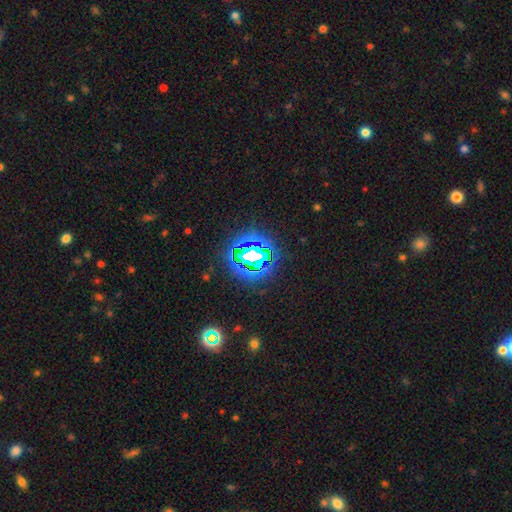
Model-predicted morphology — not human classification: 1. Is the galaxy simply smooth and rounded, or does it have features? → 73% star or artifact, 14% smooth, 12% featured or disk.